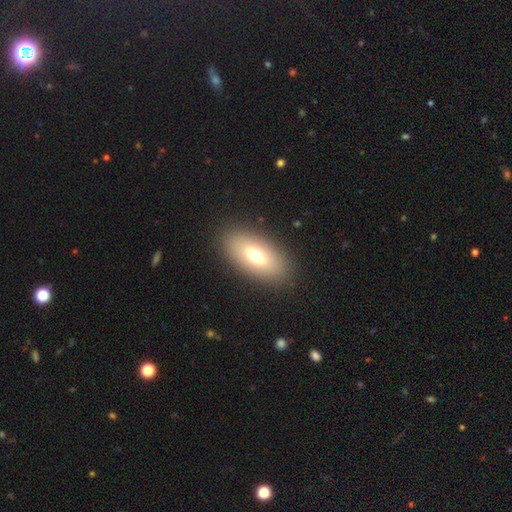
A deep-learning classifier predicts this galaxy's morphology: type=smooth (69%); roundness=in between (90%); merging=none (88%).